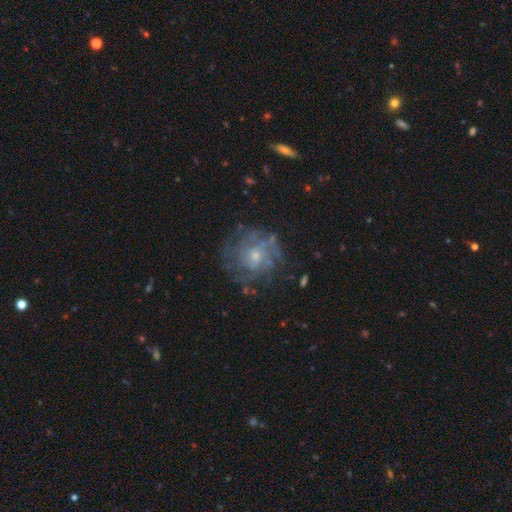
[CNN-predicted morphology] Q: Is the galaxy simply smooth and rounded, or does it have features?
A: featured or disk — 67%.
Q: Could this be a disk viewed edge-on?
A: no — 97%.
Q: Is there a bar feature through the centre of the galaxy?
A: no — 80%.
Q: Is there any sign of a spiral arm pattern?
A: yes — 70%.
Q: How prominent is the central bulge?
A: small — 59%.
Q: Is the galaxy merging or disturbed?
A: none — 70%.